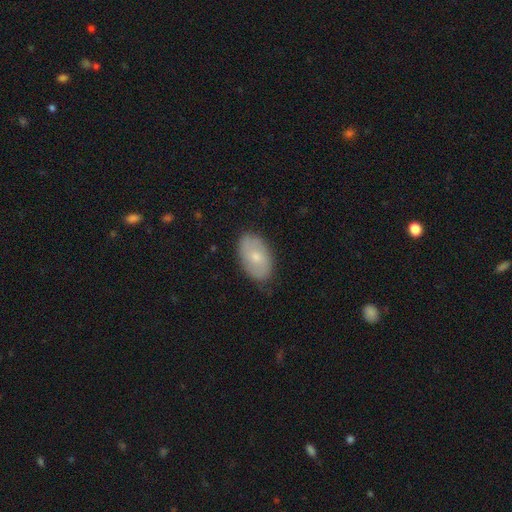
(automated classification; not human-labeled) Morphology: type=smooth (64%); roundness=in between (93%); merging=none (81%).